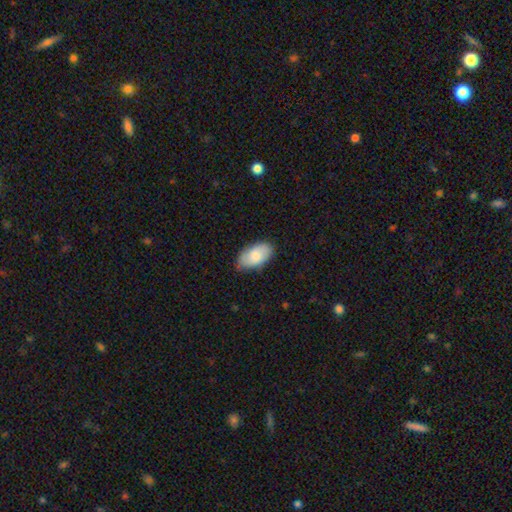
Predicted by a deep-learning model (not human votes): A smooth galaxy with no disk features (76%) that is in between round and cigar-shaped (95%).

Vote fractions:
- Smooth or featured? smooth: 76% / featured or disk: 18% / star or artifact: 6%
- How rounded? in between: 95% / round: 3% / cigar-shaped: 2%
- Merging? none: 79% / minor disturbance: 17% / major disturbance: 3% / merger: 1%